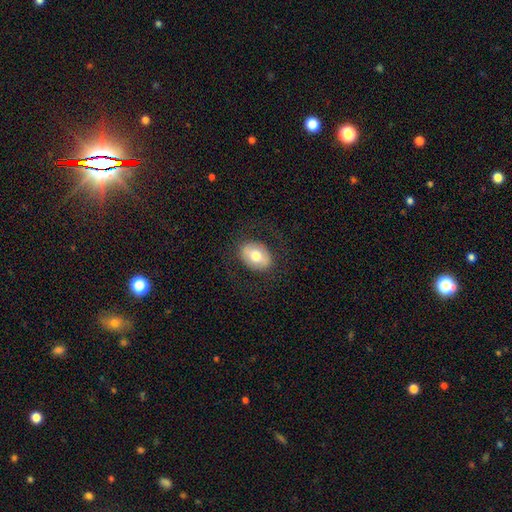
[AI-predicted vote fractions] Smooth or featured? Predicted: smooth (p=0.66). How rounded? Predicted: in between (p=0.74). Merging? Predicted: none (p=0.80).